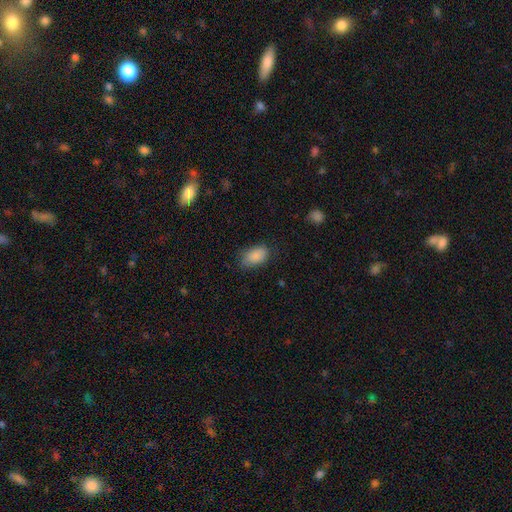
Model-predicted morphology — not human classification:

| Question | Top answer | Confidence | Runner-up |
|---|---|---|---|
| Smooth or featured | smooth | 88% | star or artifact (8%) |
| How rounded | in between | 92% | round (7%) |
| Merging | none | 72% | minor disturbance (21%) |